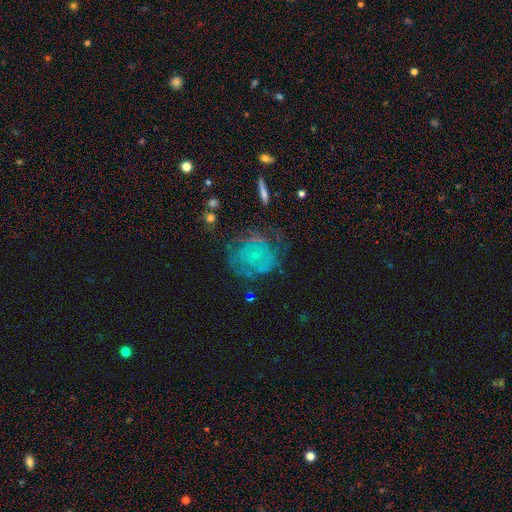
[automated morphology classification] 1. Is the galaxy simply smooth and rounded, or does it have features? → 66% featured or disk, 23% smooth, 11% star or artifact.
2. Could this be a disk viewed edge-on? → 97% no, 3% yes.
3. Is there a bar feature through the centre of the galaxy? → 84% no, 13% weak, 3% strong.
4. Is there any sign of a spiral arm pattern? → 79% yes, 21% no.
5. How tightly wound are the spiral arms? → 66% tight, 24% medium, 10% loose.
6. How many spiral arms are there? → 52% can't tell, 19% 2, 11% 3, 7% 4, 6% 1, 5% more than 4.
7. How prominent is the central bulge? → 78% small, 11% none, 9% moderate, 1% large, 1% dominant.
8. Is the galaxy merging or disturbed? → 58% none, 22% minor disturbance, 17% major disturbance, 3% merger.